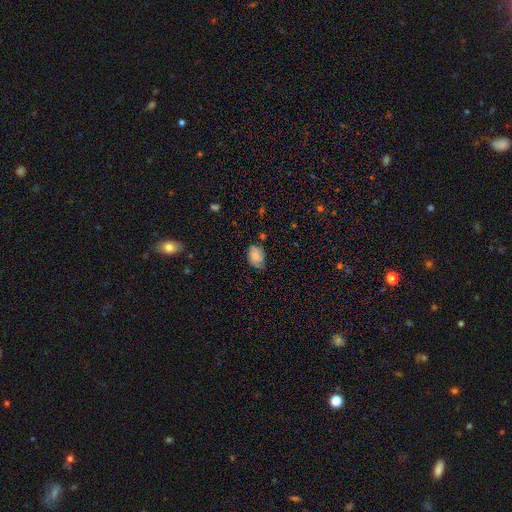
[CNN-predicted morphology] The model was most divided on "merging": none: 50%, minor disturbance: 36%, major disturbance: 12%, merger: 2%. More confident: how rounded — in between (74%); smooth or featured — smooth (61%).